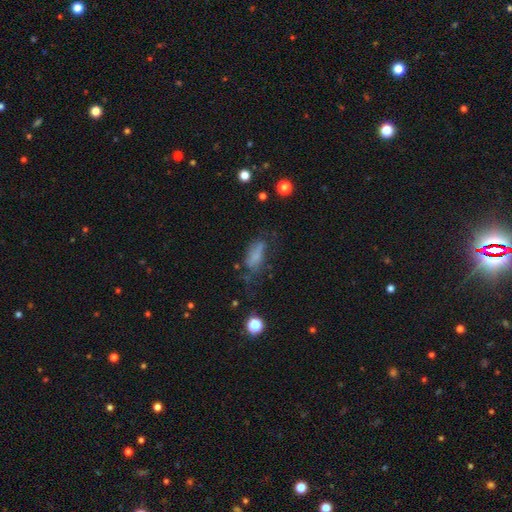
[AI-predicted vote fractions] smooth-or-featured: smooth: 61% | featured or disk: 23% | star or artifact: 15%
  how-rounded: in between: 71% | cigar-shaped: 24% | round: 4%
  merging: none: 36% | major disturbance: 30% | minor disturbance: 29% | merger: 5%